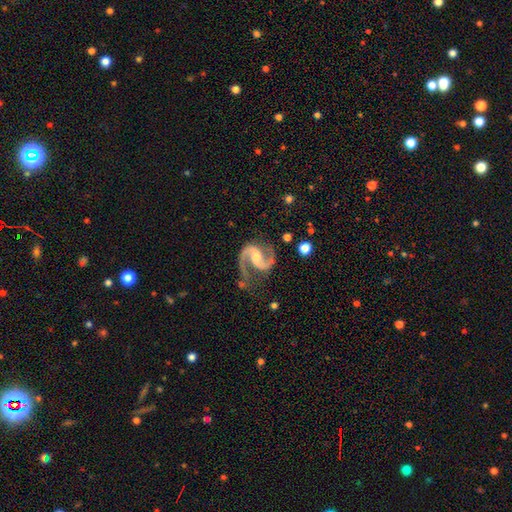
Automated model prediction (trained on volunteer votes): Overall: featured or disk (93%). Edge-on disk: no (98%). Bar: weak (42%; no 32%). Spiral arms: yes (99%). Spiral arm count: 2 (94%). Spiral winding: medium (64%). Bulge size: moderate (45%; small 43%). Merging: none (71%).